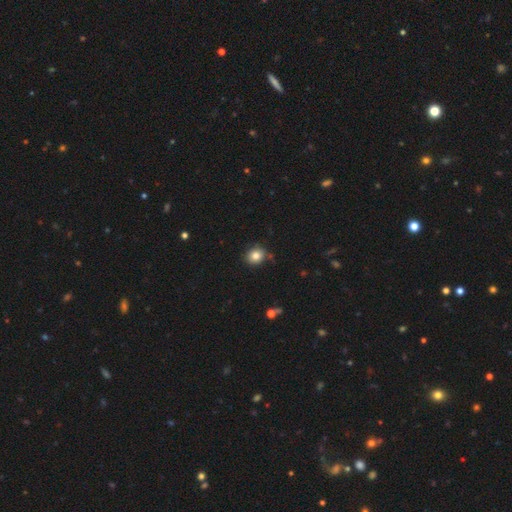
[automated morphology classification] The model was most divided on "how rounded": round: 71%, in between: 28%, cigar-shaped: 1%. More confident: merging — none (83%); smooth or featured — smooth (82%).